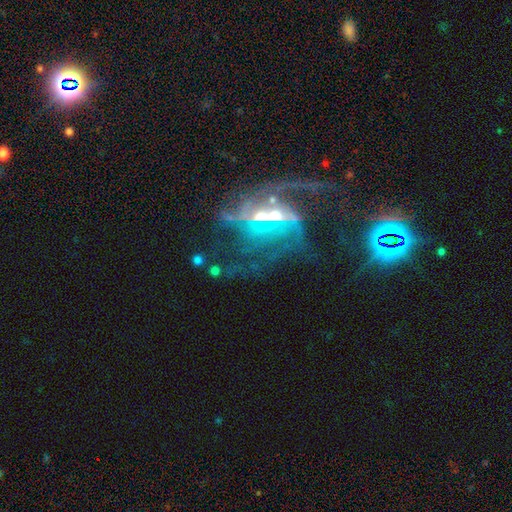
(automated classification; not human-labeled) Smooth or featured? Predicted: featured or disk (p=0.79). Edge-on disk? Predicted: no (p=0.95). Bar? Predicted: weak (p=0.36). Spiral arms? Predicted: yes (p=0.89). Spiral winding? Predicted: loose (p=0.49). Spiral arm count? Predicted: 2 (p=0.48). Bulge size? Predicted: small (p=0.45). Merging? Predicted: none (p=0.32).